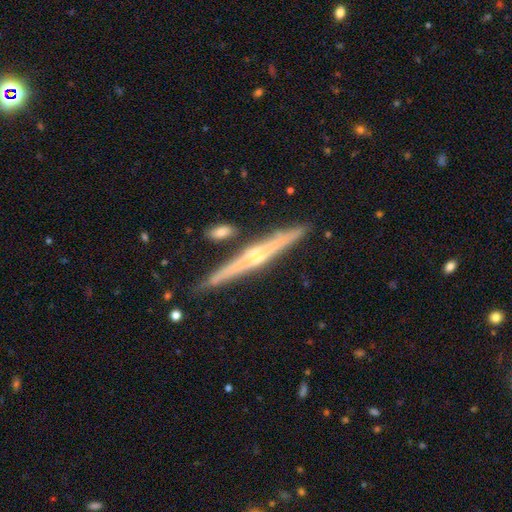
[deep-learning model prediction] Smooth or featured: featured or disk — 77% (smooth — 17%)
Edge-on disk: yes — 98% (no — 2%)
Edge-on bulge: rounded — 79% (none — 13%)
Merging: none — 85% (minor disturbance — 9%)